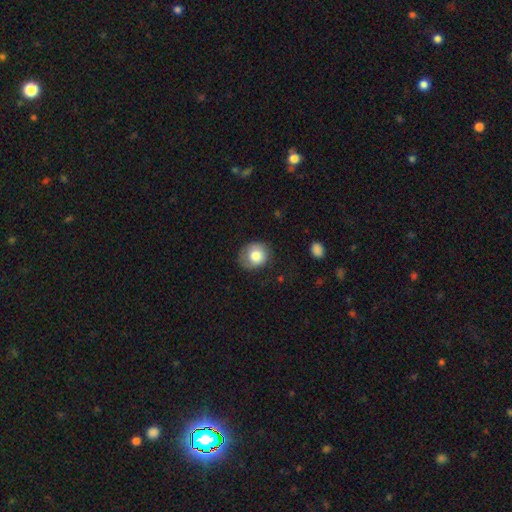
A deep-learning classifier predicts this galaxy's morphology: Overall: smooth (79%). How rounded: round (72%). Merging: none (67%).